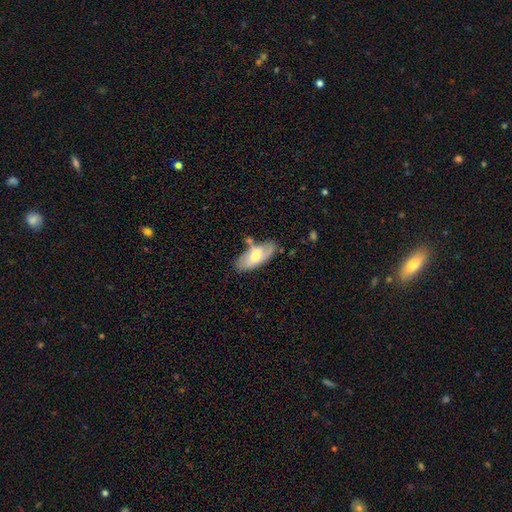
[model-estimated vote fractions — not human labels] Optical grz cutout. It shows a smooth galaxy with no disk features (58%) that is in between round and cigar-shaped (86%). Merging: none (61%).